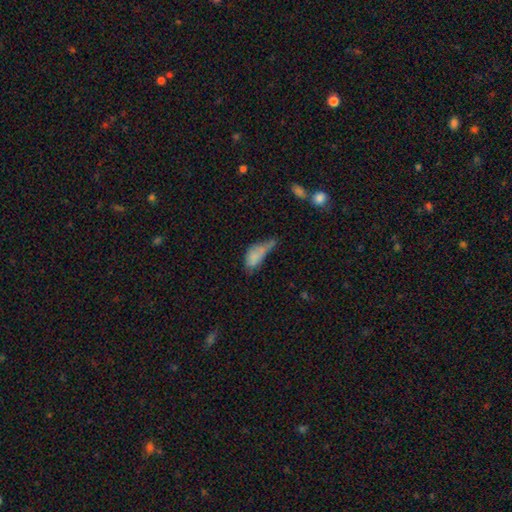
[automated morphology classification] Overall: smooth (69%). How rounded: in between (83%). Merging: major disturbance (34%; minor disturbance 28%).